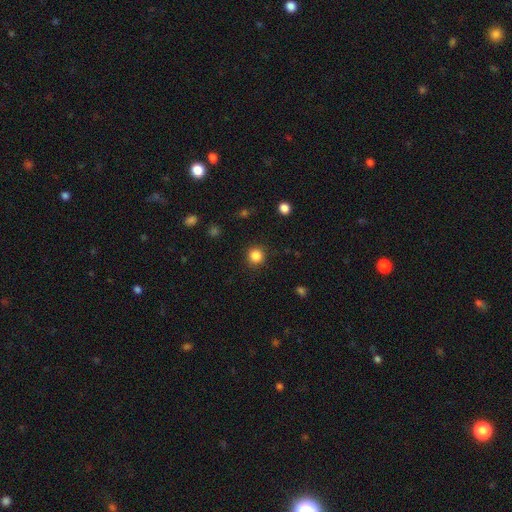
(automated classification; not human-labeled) Smooth or featured? smooth (85%)
How rounded? round (94%)
Merging? none (90%)